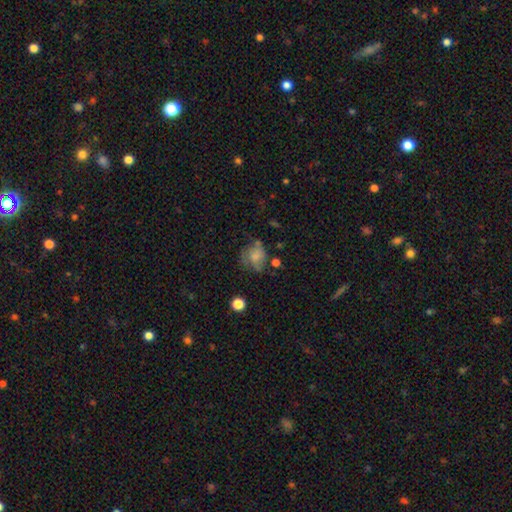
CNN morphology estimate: smooth 61%, featured or disk 28%, star or artifact 11%. Down the decision tree: how rounded — round (64%); merging — none (41%).